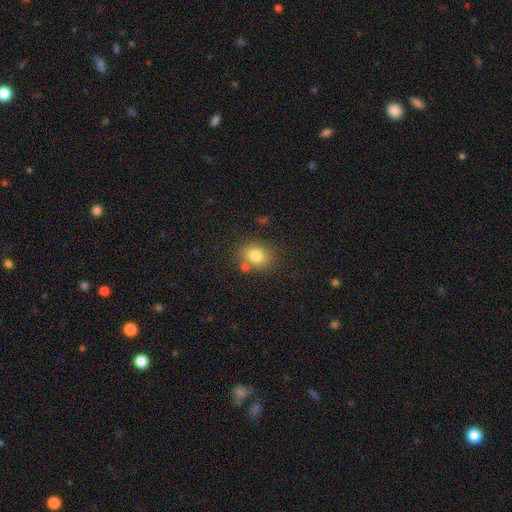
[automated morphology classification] Q: Smooth or featured?
A: smooth (79%); runner-up: star or artifact (11%)
Q: How rounded?
A: round (58%); runner-up: in between (41%)
Q: Merging?
A: none (72%); runner-up: minor disturbance (13%)